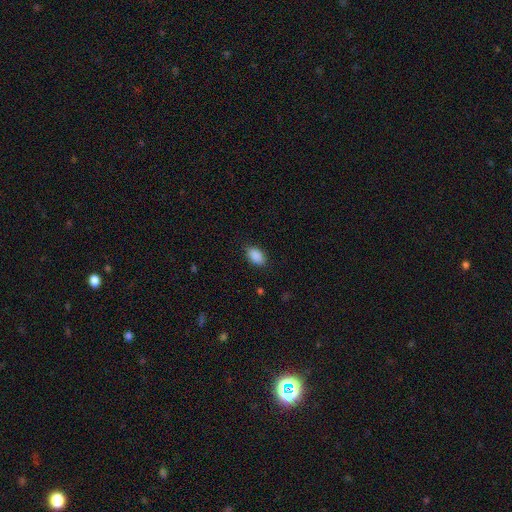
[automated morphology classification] smooth_or_featured: smooth (p=0.90) [alt: star or artifact p=0.07]
how_rounded: in between (p=0.92) [alt: round p=0.07]
merging: none (p=0.85) [alt: minor disturbance p=0.11]